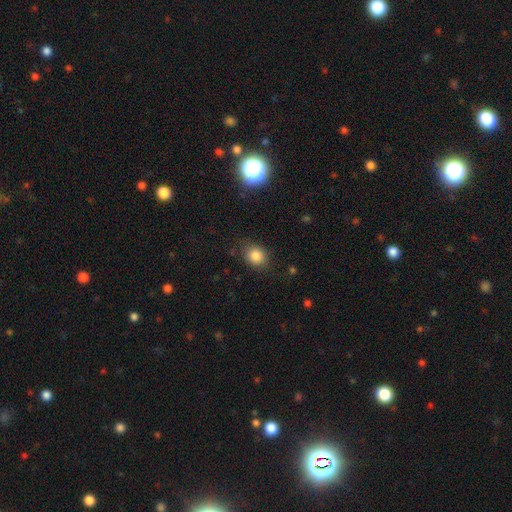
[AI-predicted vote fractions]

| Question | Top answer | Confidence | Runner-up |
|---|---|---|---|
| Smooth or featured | smooth | 84% | star or artifact (10%) |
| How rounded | round | 55% | in between (44%) |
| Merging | none | 78% | minor disturbance (16%) |